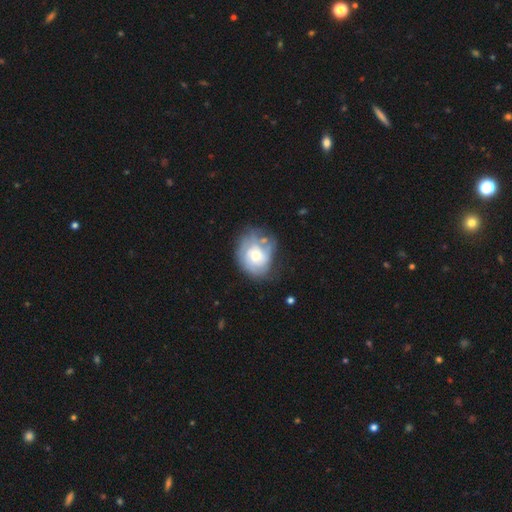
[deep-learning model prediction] Smooth or featured? Predicted: featured or disk (p=0.56). Edge-on disk? Predicted: no (p=0.97). Bar? Predicted: no (p=0.79). Spiral arms? Predicted: yes (p=0.66). Bulge size? Predicted: moderate (p=0.58). Merging? Predicted: none (p=0.50).